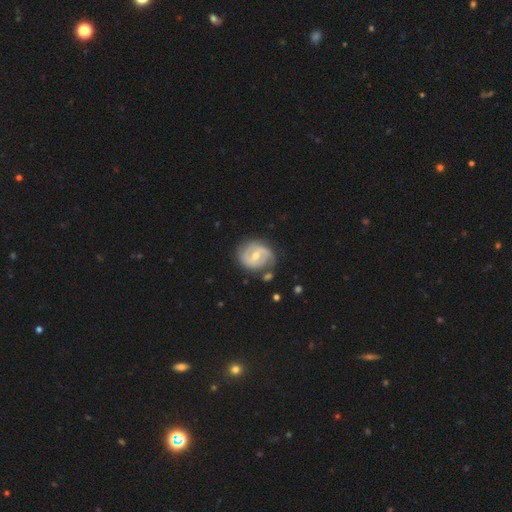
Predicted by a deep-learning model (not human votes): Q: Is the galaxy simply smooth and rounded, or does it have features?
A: featured or disk — 80%.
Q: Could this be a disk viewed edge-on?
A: no — 98%.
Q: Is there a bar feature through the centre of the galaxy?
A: weak — 52%.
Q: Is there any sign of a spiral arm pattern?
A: yes — 90%.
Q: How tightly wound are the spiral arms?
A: tight — 47%.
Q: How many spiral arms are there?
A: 2 — 72%.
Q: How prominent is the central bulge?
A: moderate — 57%.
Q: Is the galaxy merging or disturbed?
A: none — 70%.